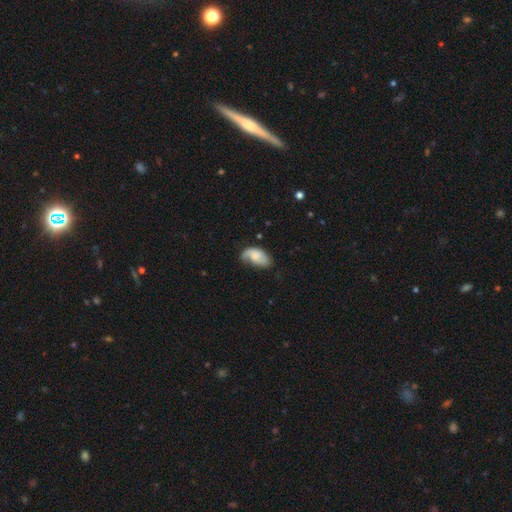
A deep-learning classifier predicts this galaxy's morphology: Smooth or featured: smooth — 59% (featured or disk — 34%)
How rounded: in between — 93% (round — 4%)
Merging: none — 40% (minor disturbance — 36%)